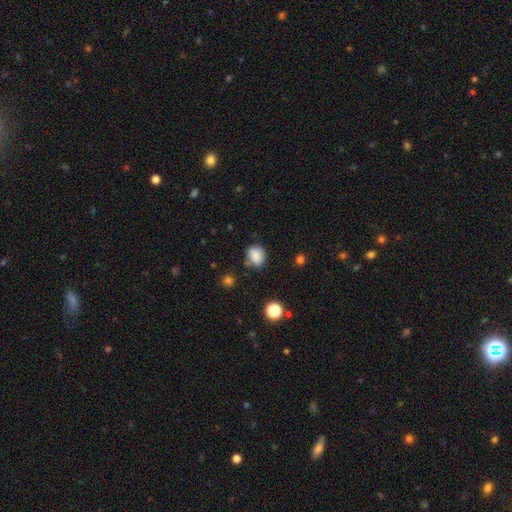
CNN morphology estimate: Q: Smooth or featured?
A: smooth (84%); runner-up: star or artifact (10%)
Q: How rounded?
A: round (57%); runner-up: in between (42%)
Q: Merging?
A: none (70%); runner-up: minor disturbance (20%)